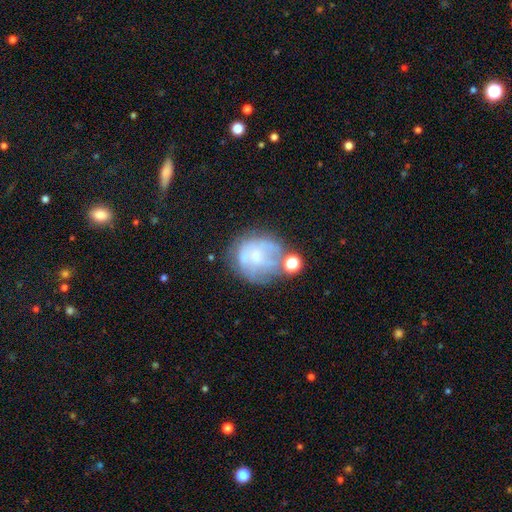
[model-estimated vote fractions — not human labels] smooth-or-featured: featured or disk: 51% | smooth: 36% | star or artifact: 13%
  disk-edge-on: no: 97% | yes: 3%
  merging: none: 43% | minor disturbance: 21% | major disturbance: 21% | merger: 15%